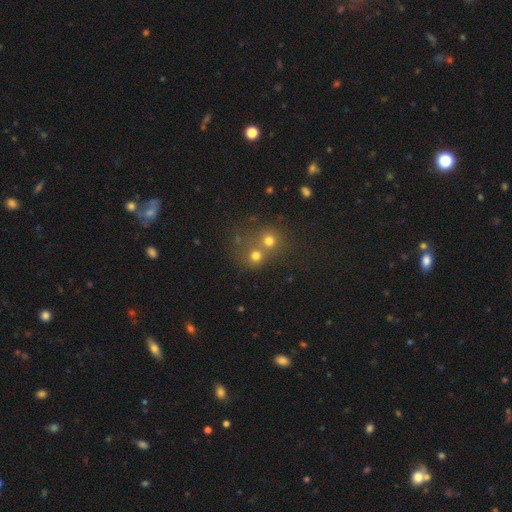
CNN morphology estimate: Smooth or featured?
  - smooth: 70% *
  - star or artifact: 19%
  - featured or disk: 12%
How rounded?
  - round: 84% *
  - in between: 15%
  - cigar-shaped: 1%
Merging?
  - merger: 46% *
  - none: 45%
  - minor disturbance: 6%
  - major disturbance: 3%